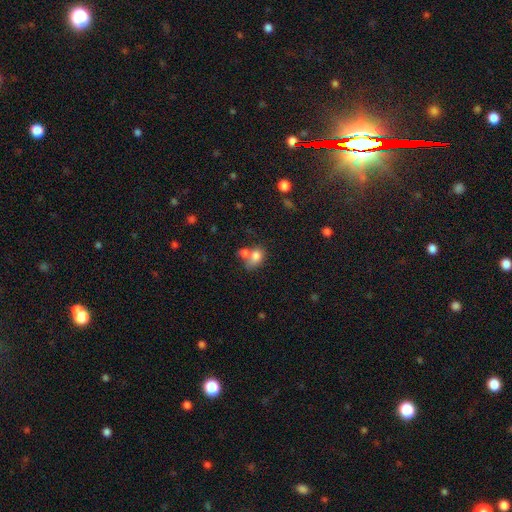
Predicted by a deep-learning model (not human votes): A smooth galaxy with no disk features (77%) that is in between round and cigar-shaped (69%).

Vote fractions:
- Smooth or featured? smooth: 77% / featured or disk: 13% / star or artifact: 10%
- How rounded? in between: 69% / round: 30% / cigar-shaped: 1%
- Merging? merger: 48% / none: 32% / minor disturbance: 13% / major disturbance: 7%